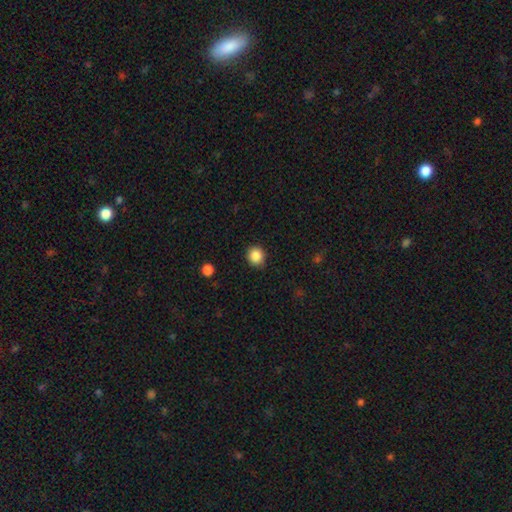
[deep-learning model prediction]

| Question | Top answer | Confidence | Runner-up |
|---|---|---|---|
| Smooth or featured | smooth | 87% | star or artifact (10%) |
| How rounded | round | 85% | in between (14%) |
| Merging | none | 87% | minor disturbance (10%) |